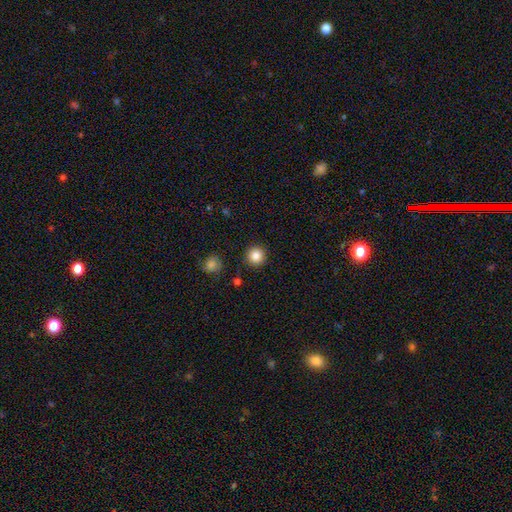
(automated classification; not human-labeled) A smooth galaxy with no disk features (85%) that is round (95%). Merging: none (91%).